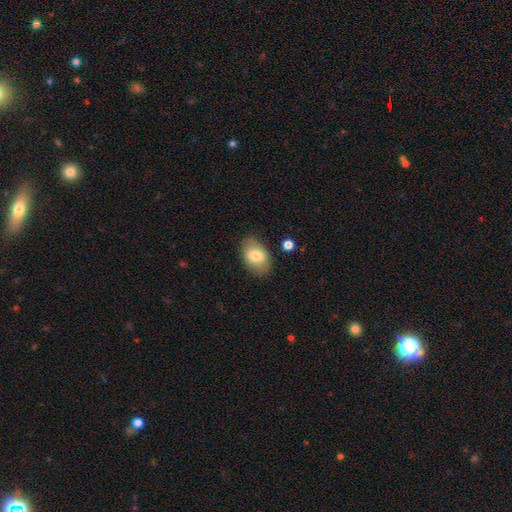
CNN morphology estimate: The model was most divided on "smooth or featured": smooth: 77%, featured or disk: 16%, star or artifact: 7%. More confident: how rounded — in between (88%); merging — none (82%).